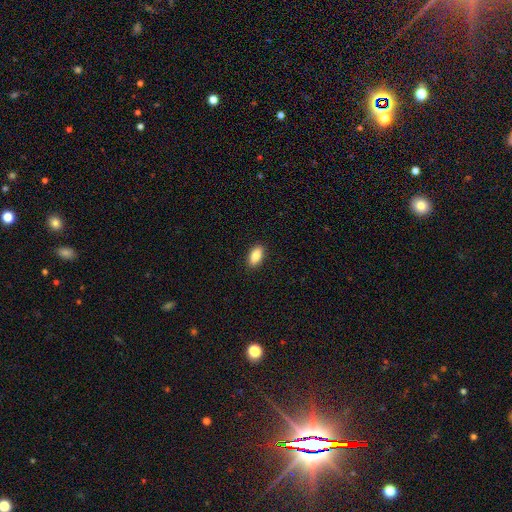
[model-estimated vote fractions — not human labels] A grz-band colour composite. It shows a smooth galaxy with no disk features (87%) that is in between round and cigar-shaped (90%). Merging: none (90%).